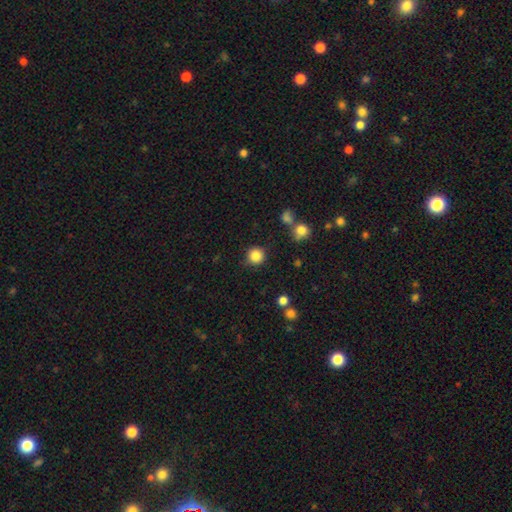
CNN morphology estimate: smooth-or-featured: smooth: 85% | star or artifact: 11% | featured or disk: 4%
  how-rounded: round: 94% | in between: 5% | cigar-shaped: 1%
  merging: none: 86% | minor disturbance: 9% | major disturbance: 3% | merger: 3%